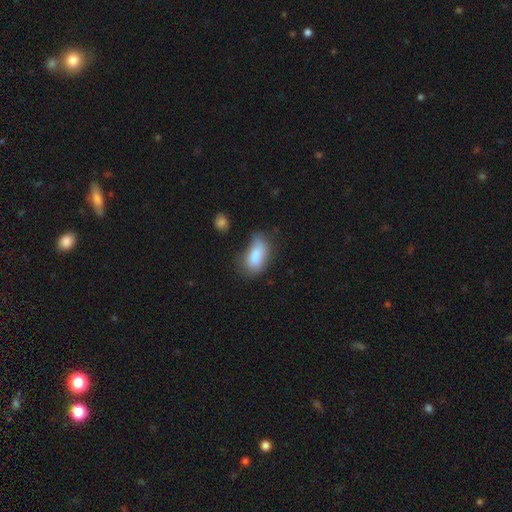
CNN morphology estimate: This is clearly a smooth galaxy (80%). How rounded: clearly in between (90%). Merging: possibly none (47%).